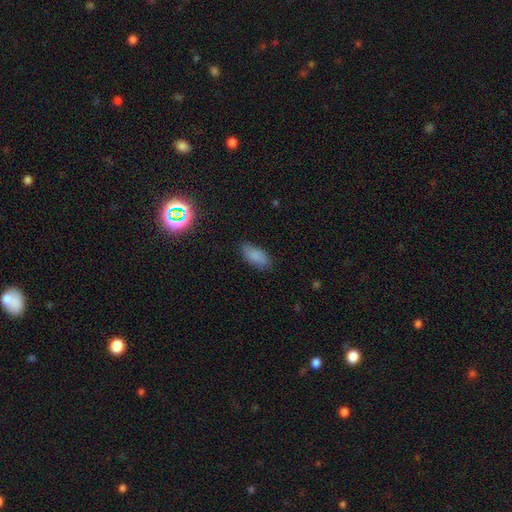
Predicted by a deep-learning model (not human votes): smooth_or_featured: smooth (p=0.85) [alt: star or artifact p=0.09]
how_rounded: in between (p=0.90) [alt: cigar-shaped p=0.08]
merging: none (p=0.79) [alt: minor disturbance p=0.16]